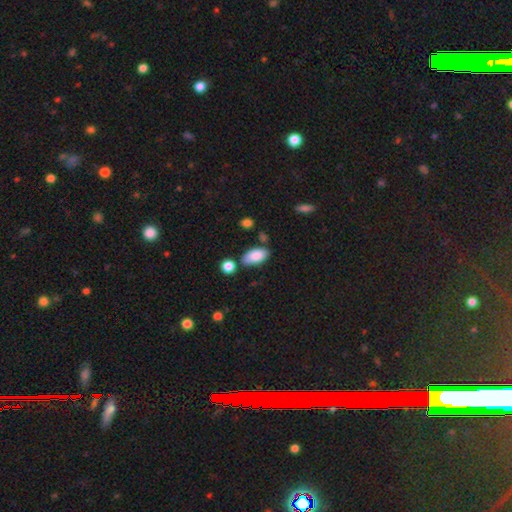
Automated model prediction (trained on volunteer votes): smooth-or-featured: smooth: 85% | featured or disk: 8% | star or artifact: 7%
  how-rounded: in between: 93% | cigar-shaped: 4% | round: 3%
  merging: none: 72% | minor disturbance: 16% | merger: 8% | major disturbance: 4%